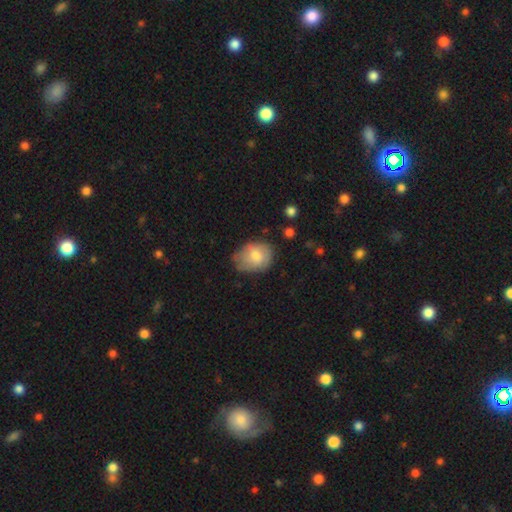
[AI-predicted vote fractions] Smooth or featured?
  - smooth: 71% *
  - featured or disk: 22%
  - star or artifact: 7%
How rounded?
  - in between: 61% *
  - round: 38%
  - cigar-shaped: 1%
Merging?
  - none: 54% *
  - minor disturbance: 33%
  - major disturbance: 11%
  - merger: 2%